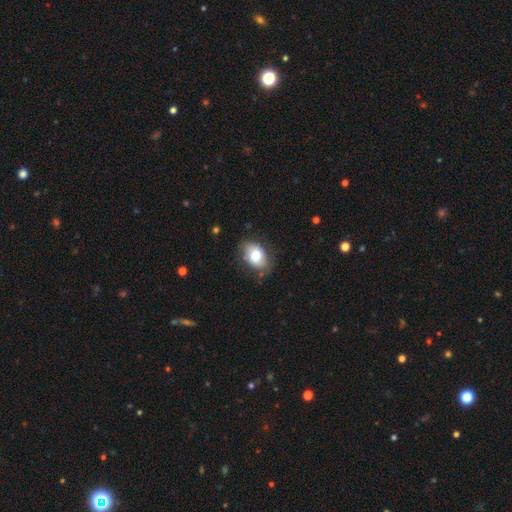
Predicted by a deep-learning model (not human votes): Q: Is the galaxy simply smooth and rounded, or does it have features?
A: smooth — 71%.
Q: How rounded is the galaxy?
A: in between — 79%.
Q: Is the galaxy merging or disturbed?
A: none — 72%.